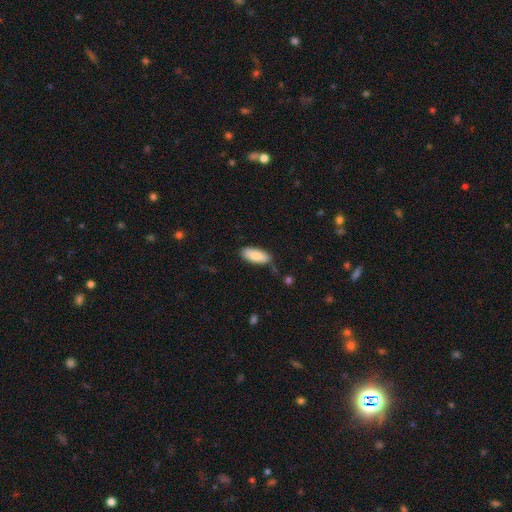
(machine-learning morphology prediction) A smooth galaxy with no disk features (84%) that is in between round and cigar-shaped (79%).

Vote fractions:
- Smooth or featured? smooth: 84% / featured or disk: 10% / star or artifact: 6%
- How rounded? in between: 79% / cigar-shaped: 19% / round: 2%
- Merging? none: 78% / minor disturbance: 17% / major disturbance: 3% / merger: 2%